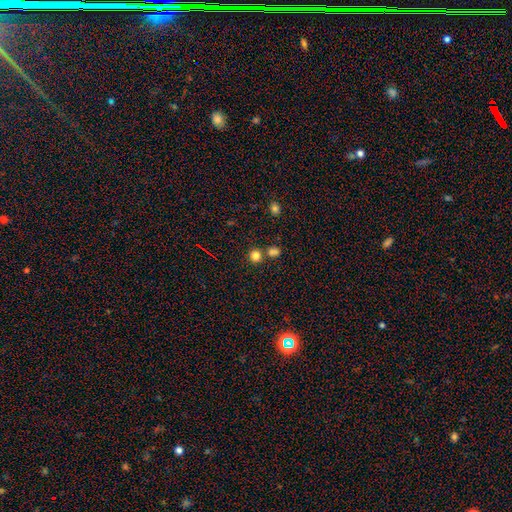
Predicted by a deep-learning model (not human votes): A smooth galaxy with no disk features (79%) that is round (90%).

Vote fractions:
- Smooth or featured? smooth: 79% / star or artifact: 16% / featured or disk: 6%
- How rounded? round: 90% / in between: 9% / cigar-shaped: 1%
- Merging? none: 70% / merger: 20% / minor disturbance: 7% / major disturbance: 3%